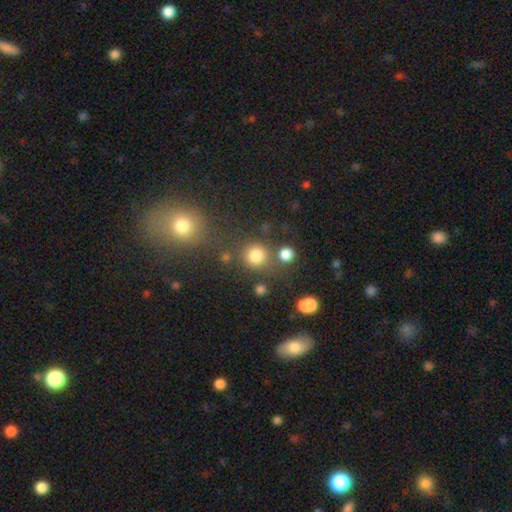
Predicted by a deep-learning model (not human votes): Morphology: type=smooth (80%); roundness=round (88%); merging=none (69%).